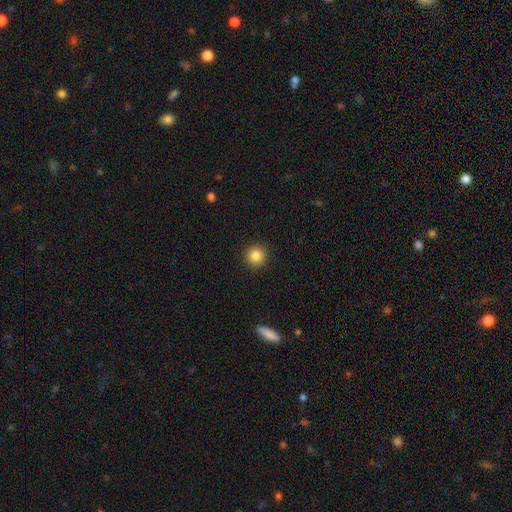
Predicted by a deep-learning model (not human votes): Smooth or featured?
  - smooth: 85% *
  - star or artifact: 11%
  - featured or disk: 5%
How rounded?
  - round: 95% *
  - in between: 4%
  - cigar-shaped: 1%
Merging?
  - none: 93% *
  - minor disturbance: 5%
  - major disturbance: 2%
  - merger: 1%